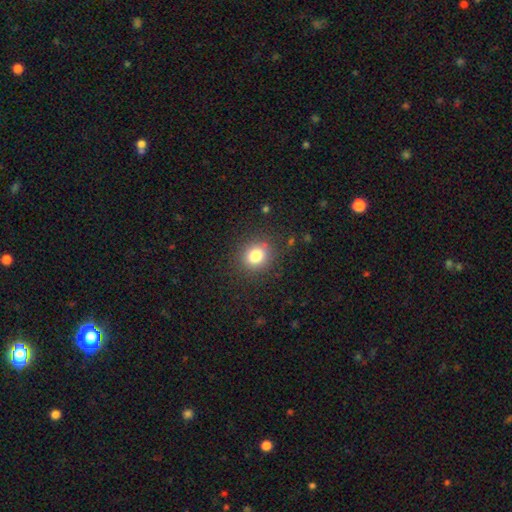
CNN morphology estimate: Q: Smooth or featured?
A: smooth (80%); runner-up: star or artifact (12%)
Q: How rounded?
A: round (75%); runner-up: in between (24%)
Q: Merging?
A: none (86%); runner-up: minor disturbance (9%)